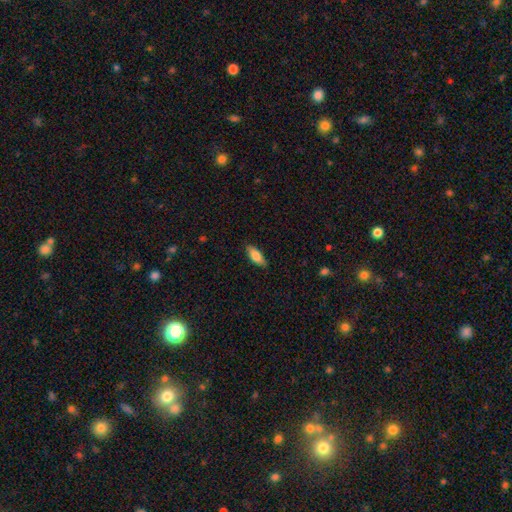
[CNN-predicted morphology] The model was most divided on "how rounded": in between: 76%, cigar-shaped: 22%, round: 2%. More confident: merging — none (85%); smooth or featured — smooth (82%).